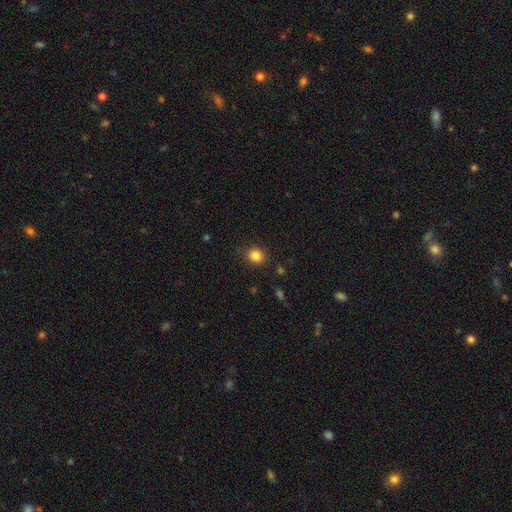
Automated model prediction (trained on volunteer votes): Overall: smooth (84%). How rounded: round (83%). Merging: none (87%).